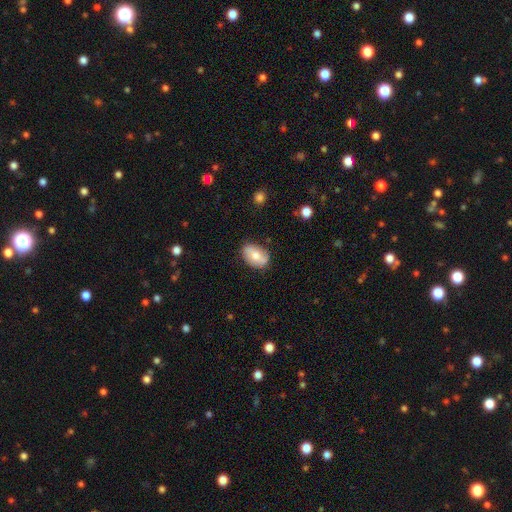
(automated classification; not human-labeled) Smooth or featured? Predicted: smooth (p=0.62). How rounded? Predicted: in between (p=0.85). Merging? Predicted: none (p=0.77).